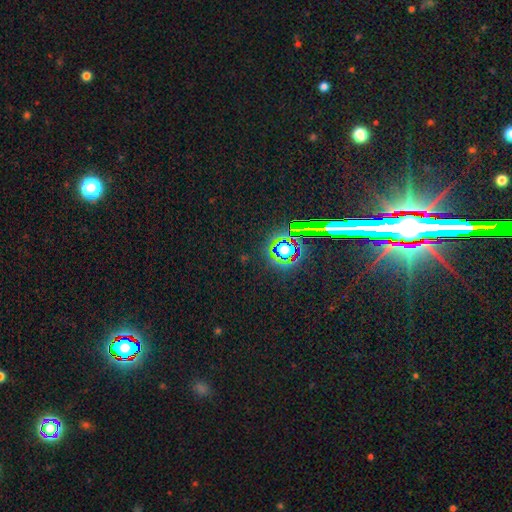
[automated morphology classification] type=star or artifact (81%).